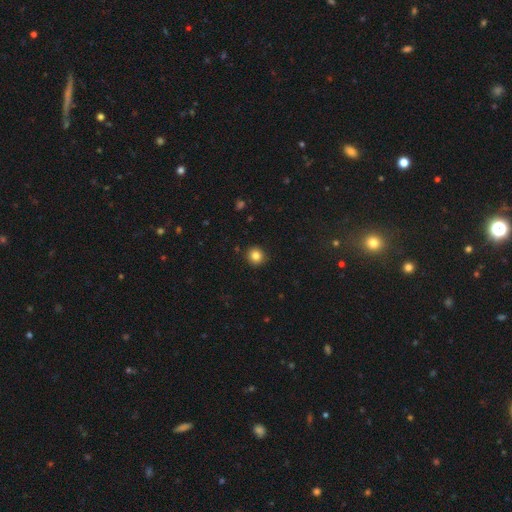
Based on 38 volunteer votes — Smooth or featured? 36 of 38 (95%) said smooth. How rounded? 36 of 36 (100%) said round. Merging? 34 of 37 (92%) said none.